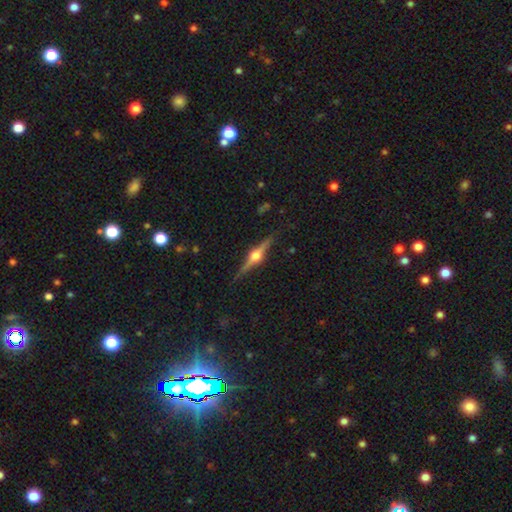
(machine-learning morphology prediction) type=featured or disk (83%); edge-on=yes (98%); edge-on bulge=rounded (96%); merging=none (87%).